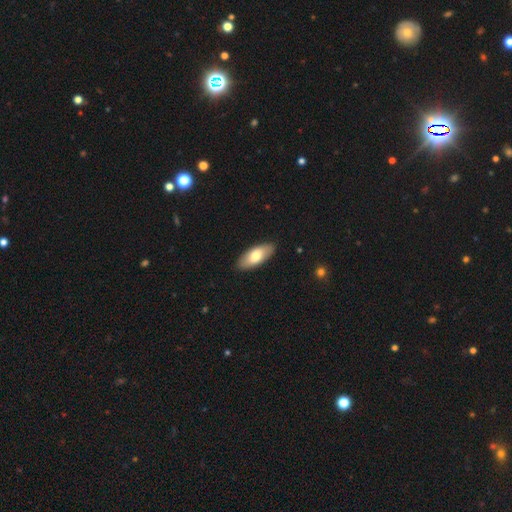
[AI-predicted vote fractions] smooth 74%, featured or disk 21%, star or artifact 5%. Down the decision tree: how rounded — in between (85%); merging — none (90%).